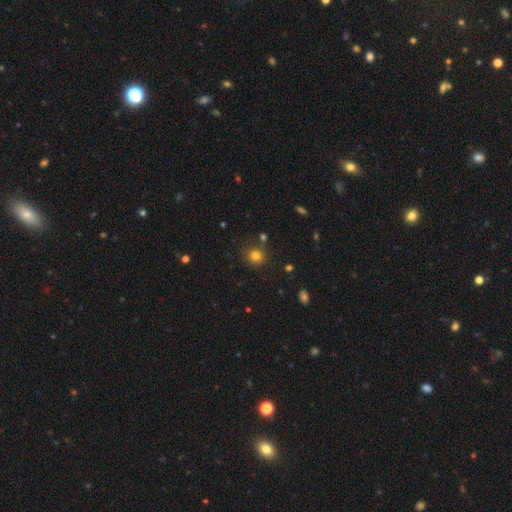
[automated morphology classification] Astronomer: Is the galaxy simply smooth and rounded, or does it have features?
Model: smooth — 79%.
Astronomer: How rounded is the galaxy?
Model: round — 90%.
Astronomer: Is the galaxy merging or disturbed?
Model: none — 82%.